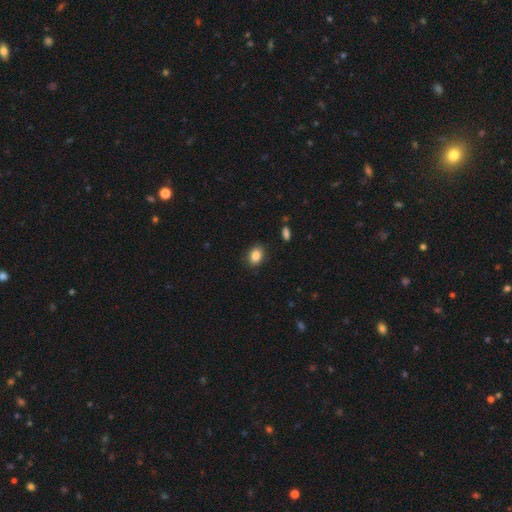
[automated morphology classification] smooth_or_featured: smooth (p=0.86) [alt: star or artifact p=0.09]
how_rounded: in between (p=0.73) [alt: round p=0.26]
merging: none (p=0.87) [alt: minor disturbance p=0.09]